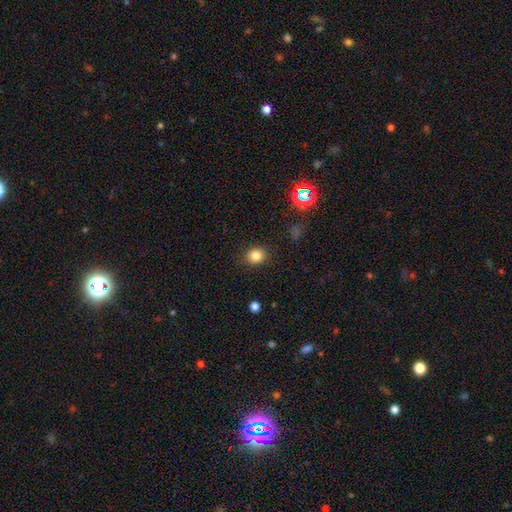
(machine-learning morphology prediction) Smooth or featured? Predicted: smooth (p=0.82). How rounded? Predicted: round (p=0.69). Merging? Predicted: none (p=0.87).